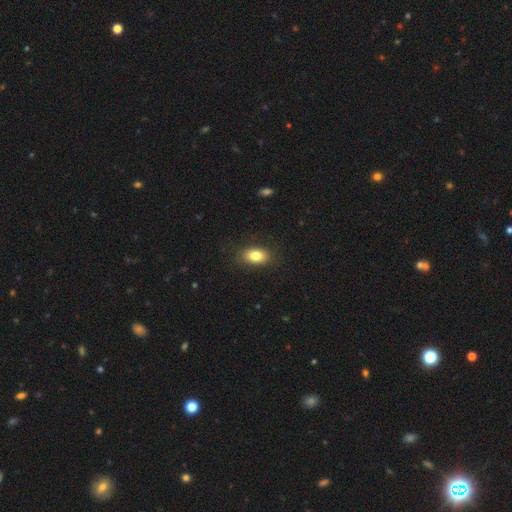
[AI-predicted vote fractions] smooth-or-featured: smooth: 82% | featured or disk: 10% | star or artifact: 8%
  how-rounded: in between: 85% | round: 13% | cigar-shaped: 2%
  merging: none: 86% | minor disturbance: 10% | major disturbance: 3% | merger: 1%